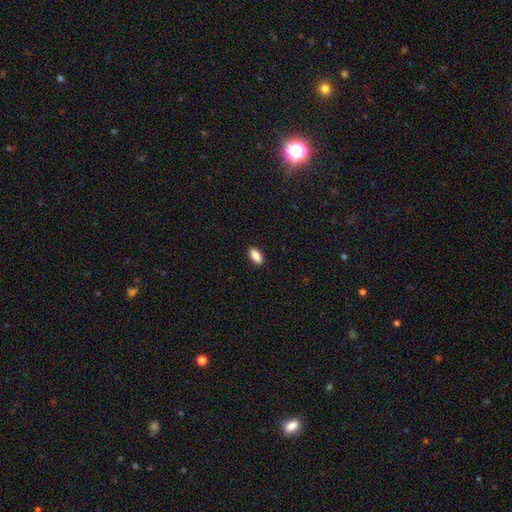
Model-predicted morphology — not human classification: smooth_or_featured: smooth (p=0.87) [alt: star or artifact p=0.07]
how_rounded: in between (p=0.91) [alt: cigar-shaped p=0.06]
merging: none (p=0.90) [alt: minor disturbance p=0.08]